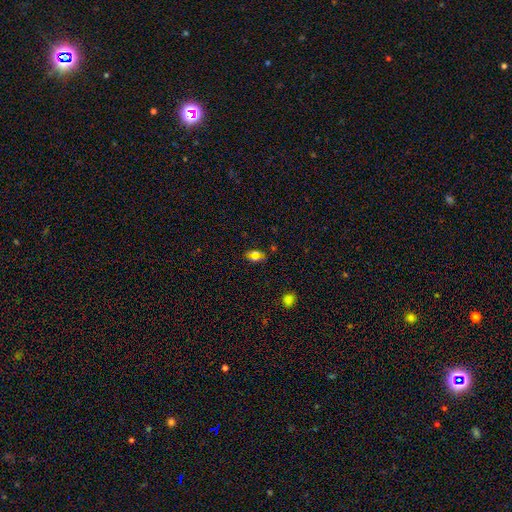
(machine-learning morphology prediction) smooth 56%, star or artifact 33%, featured or disk 11%. Down the decision tree: how rounded — in between (78%); merging — none (76%).